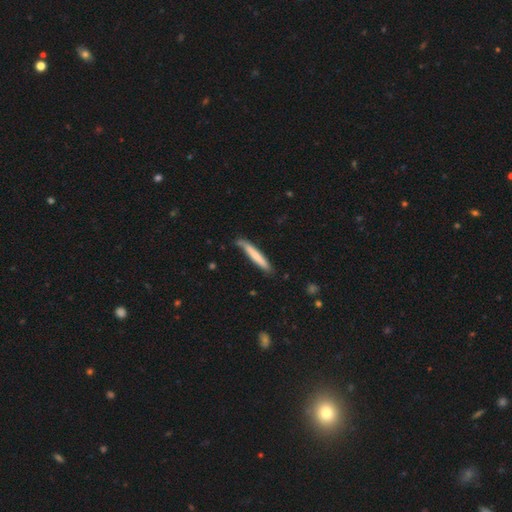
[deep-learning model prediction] Q: Smooth or featured?
A: smooth (71%); runner-up: featured or disk (23%)
Q: How rounded?
A: cigar-shaped (94%); runner-up: in between (4%)
Q: Merging?
A: none (72%); runner-up: minor disturbance (21%)